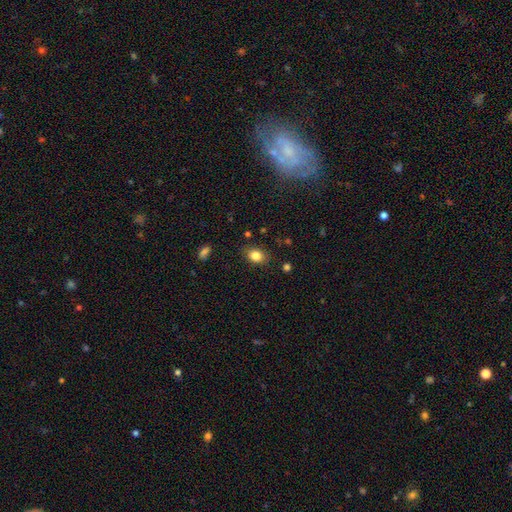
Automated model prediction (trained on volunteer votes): Morphology: type=smooth (83%); roundness=in between (71%); merging=none (83%).